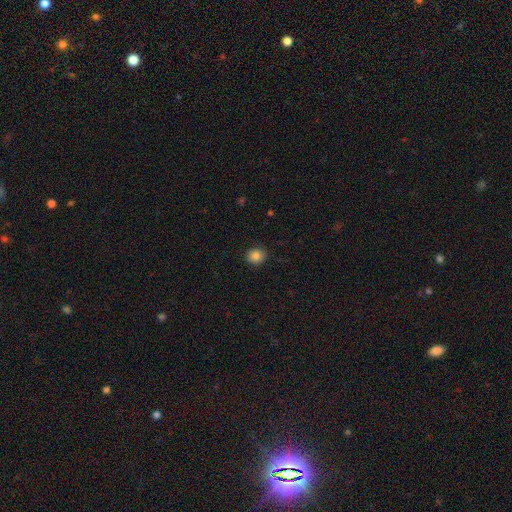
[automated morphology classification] Smooth or featured: smooth — 85% (star or artifact — 11%)
How rounded: round — 83% (in between — 16%)
Merging: none — 90% (minor disturbance — 7%)